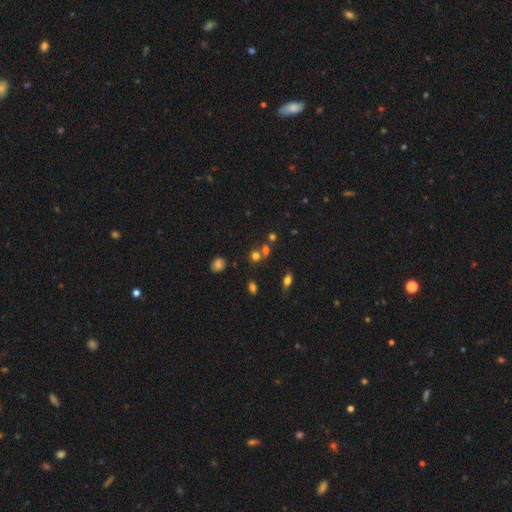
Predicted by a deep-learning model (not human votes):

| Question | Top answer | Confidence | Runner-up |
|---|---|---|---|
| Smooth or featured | smooth | 66% | star or artifact (23%) |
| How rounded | round | 78% | in between (21%) |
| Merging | none | 53% | merger (33%) |